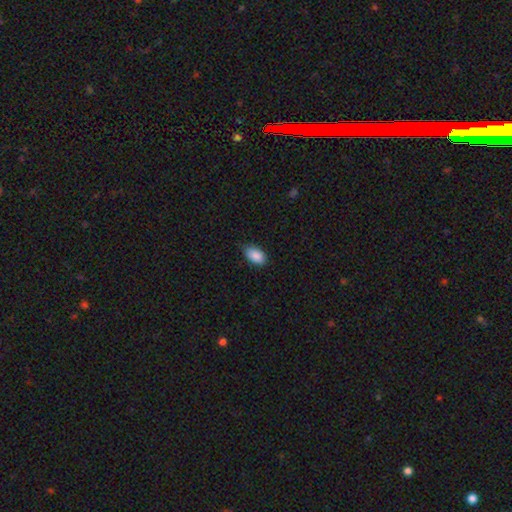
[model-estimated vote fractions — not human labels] smooth-or-featured: smooth: 89% | star or artifact: 7% | featured or disk: 4%
  how-rounded: in between: 93% | round: 5% | cigar-shaped: 2%
  merging: none: 78% | minor disturbance: 19% | major disturbance: 3% | merger: 1%